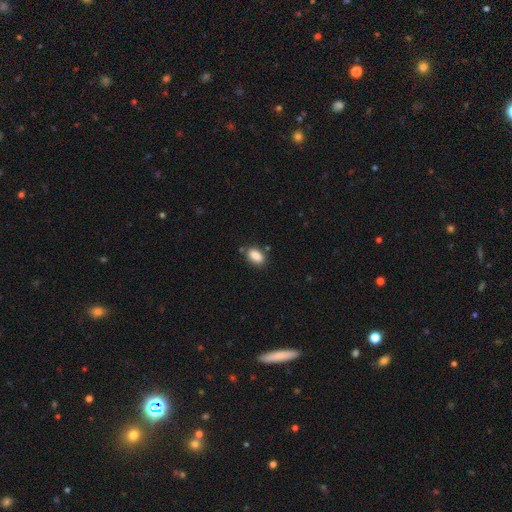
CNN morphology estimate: This is clearly a smooth galaxy (87%). How rounded: clearly in between (89%). Merging: likely none (78%).